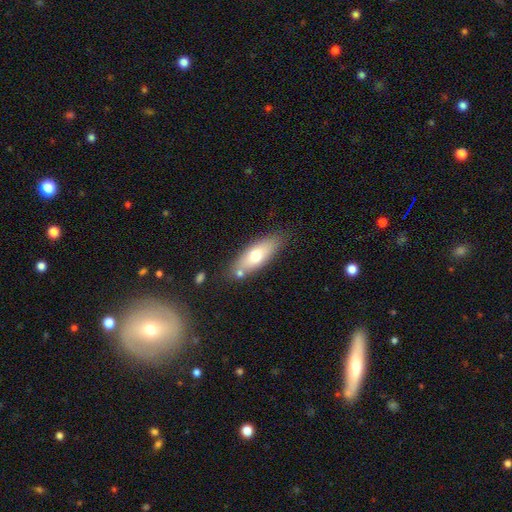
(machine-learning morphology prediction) The model was most divided on "how rounded": in between: 65%, cigar-shaped: 32%, round: 3%. More confident: merging — none (74%); smooth or featured — smooth (66%).